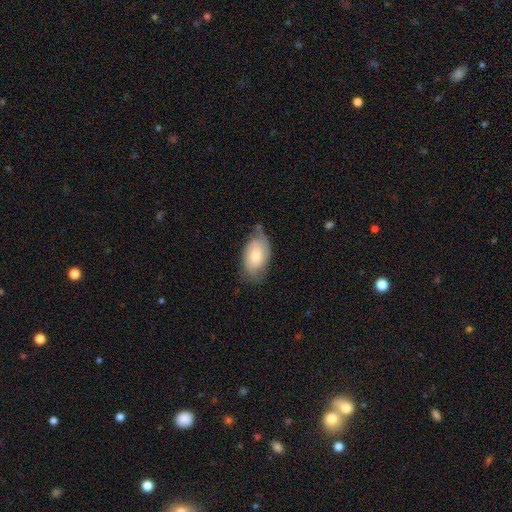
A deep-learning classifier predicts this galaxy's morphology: smooth-or-featured: smooth: 52% | featured or disk: 42% | star or artifact: 6%
  how-rounded: in between: 92% | round: 7% | cigar-shaped: 2%
  merging: none: 53% | minor disturbance: 34% | major disturbance: 11% | merger: 2%